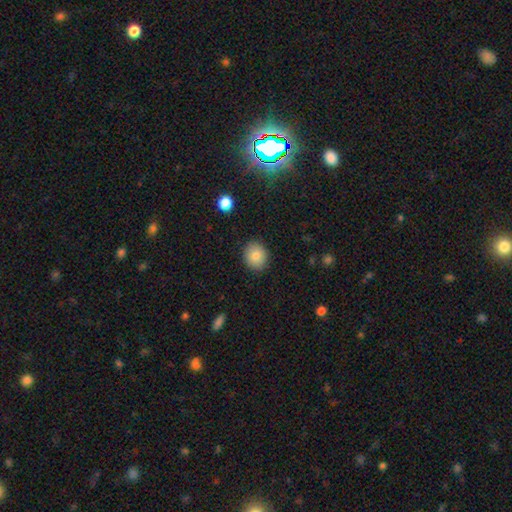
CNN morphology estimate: smooth-or-featured: smooth: 83% | star or artifact: 9% | featured or disk: 8%
  how-rounded: round: 68% | in between: 31% | cigar-shaped: 1%
  merging: none: 88% | minor disturbance: 8% | major disturbance: 2% | merger: 1%